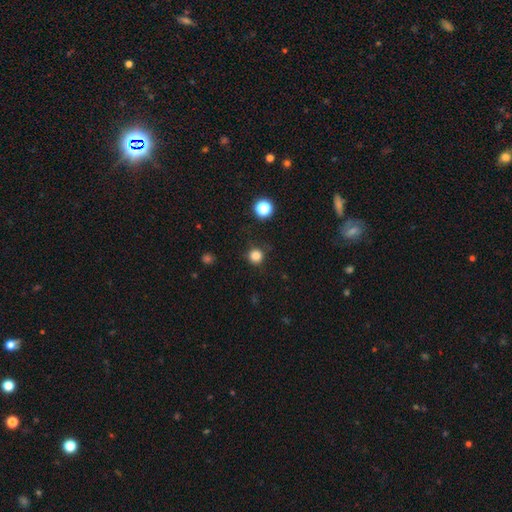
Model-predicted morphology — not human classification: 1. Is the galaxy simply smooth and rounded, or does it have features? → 83% smooth, 14% star or artifact, 3% featured or disk.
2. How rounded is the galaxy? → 95% round, 4% in between, 1% cigar-shaped.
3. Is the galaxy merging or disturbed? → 86% none, 9% minor disturbance, 3% major disturbance, 2% merger.